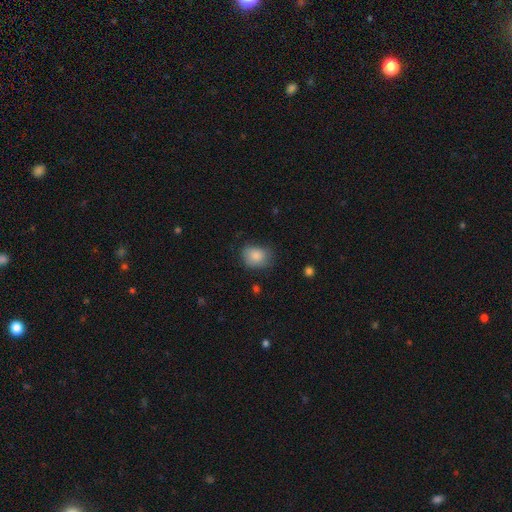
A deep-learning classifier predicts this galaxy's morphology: smooth 85%, star or artifact 8%, featured or disk 7%. Down the decision tree: how rounded — round (50%); merging — none (65%).